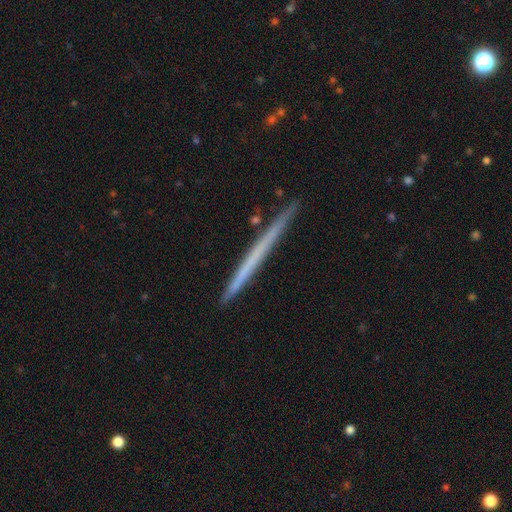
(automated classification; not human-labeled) This appears to be a featured or disk galaxy (52%) viewed edge-on (97%) with no central bulge (94%). Merging: none (90%).